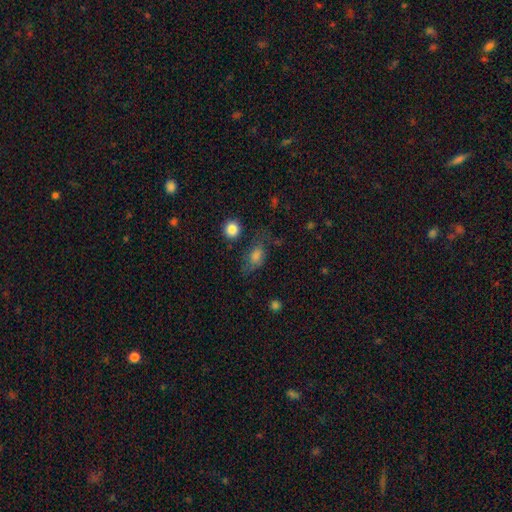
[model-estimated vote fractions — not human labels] Morphology: type=smooth (65%); roundness=in between (75%); merging=none (57%).